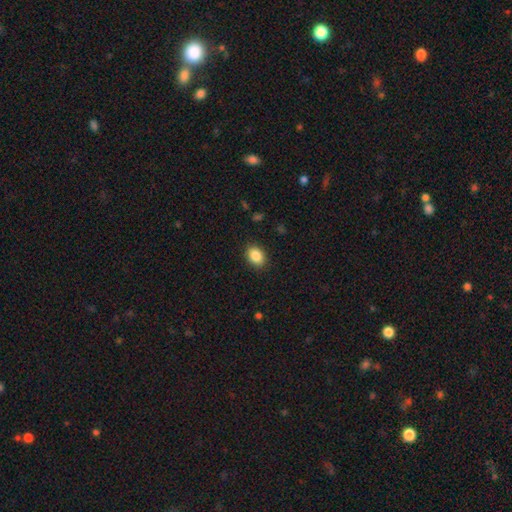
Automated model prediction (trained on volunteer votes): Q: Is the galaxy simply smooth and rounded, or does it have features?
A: smooth — 87%.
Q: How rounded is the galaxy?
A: in between — 71%.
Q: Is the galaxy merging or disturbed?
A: none — 89%.